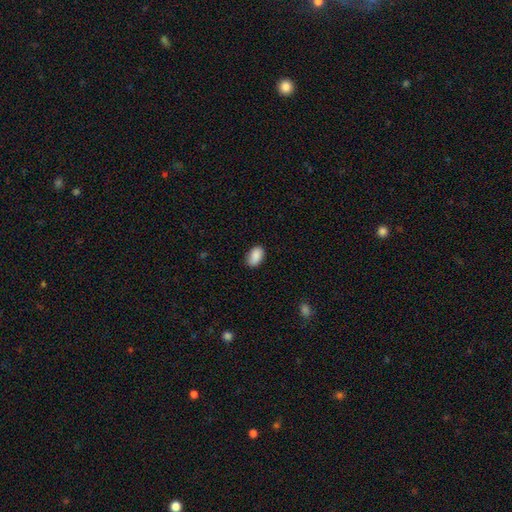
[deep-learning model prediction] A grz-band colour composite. It shows a smooth galaxy with no disk features (89%) that is in between round and cigar-shaped (91%). Merging: none (80%).